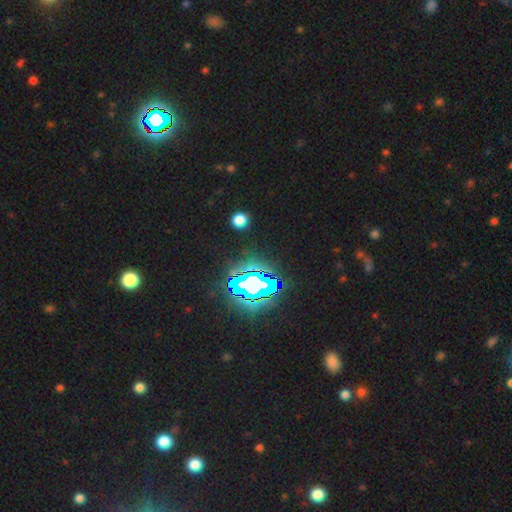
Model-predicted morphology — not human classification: The model was most divided on "smooth or featured": star or artifact: 83%, smooth: 10%, featured or disk: 7%.